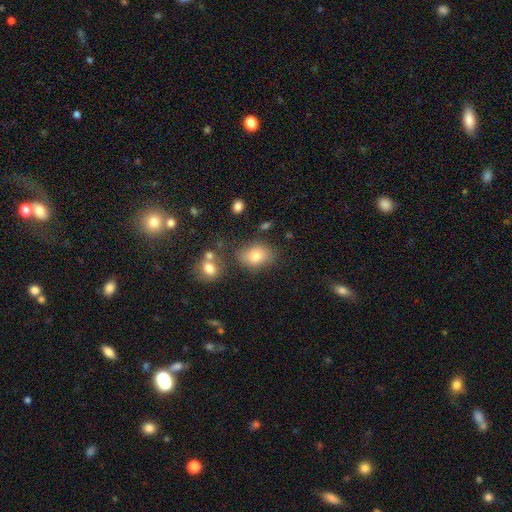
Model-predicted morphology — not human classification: This appears to be a smooth galaxy with no disk features (78%) that is in between round and cigar-shaped (70%). Merging: none (72%).